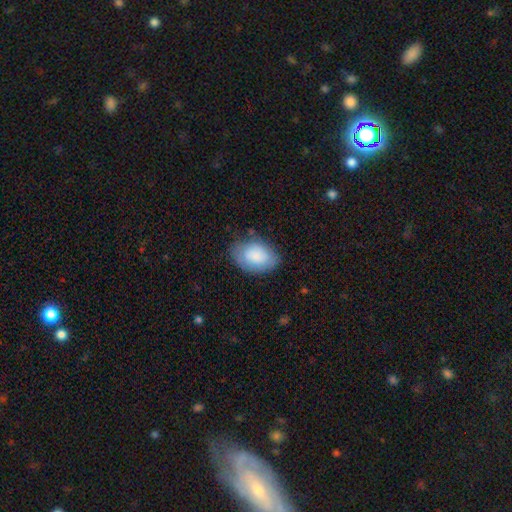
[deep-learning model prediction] A smooth galaxy with no disk features (81%) that is in between round and cigar-shaped (87%).

Vote fractions:
- Smooth or featured? smooth: 81% / featured or disk: 12% / star or artifact: 7%
- How rounded? in between: 87% / round: 12% / cigar-shaped: 1%
- Merging? none: 71% / minor disturbance: 21% / major disturbance: 6% / merger: 2%